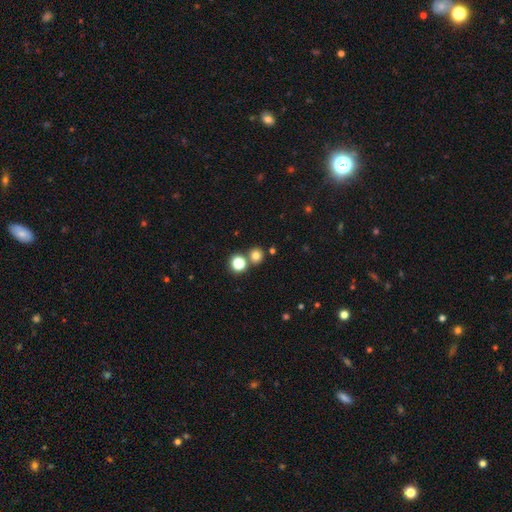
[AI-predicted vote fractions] Morphology: type=smooth (77%); roundness=round (89%); merging=none (72%).